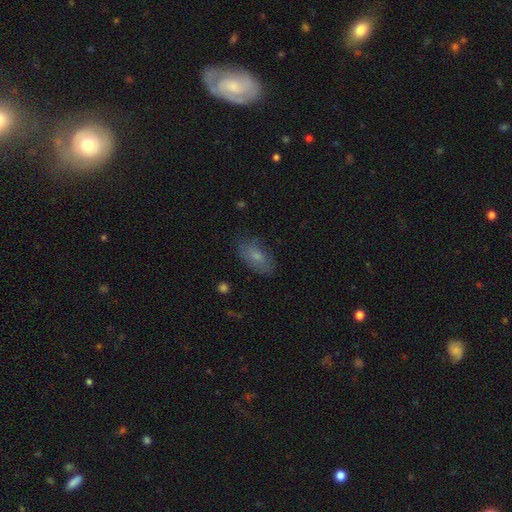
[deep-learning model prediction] Smooth or featured: smooth — 69% (featured or disk — 22%)
How rounded: in between — 90% (cigar-shaped — 5%)
Merging: none — 74% (minor disturbance — 19%)